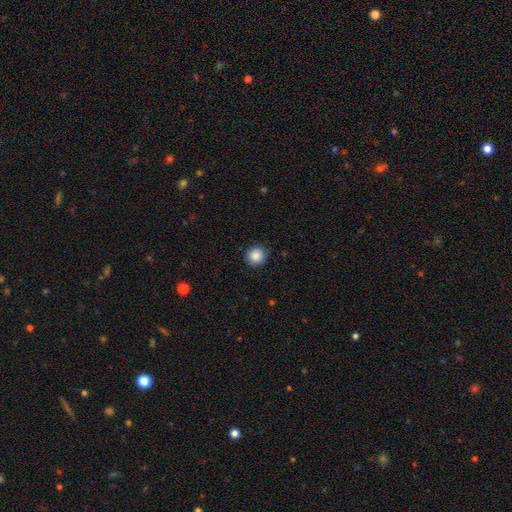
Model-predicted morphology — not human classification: A smooth galaxy with no disk features (88%) that is round (92%).

Vote fractions:
- Smooth or featured? smooth: 88% / star or artifact: 9% / featured or disk: 3%
- How rounded? round: 92% / in between: 7% / cigar-shaped: 1%
- Merging? none: 89% / minor disturbance: 8% / major disturbance: 2% / merger: 1%